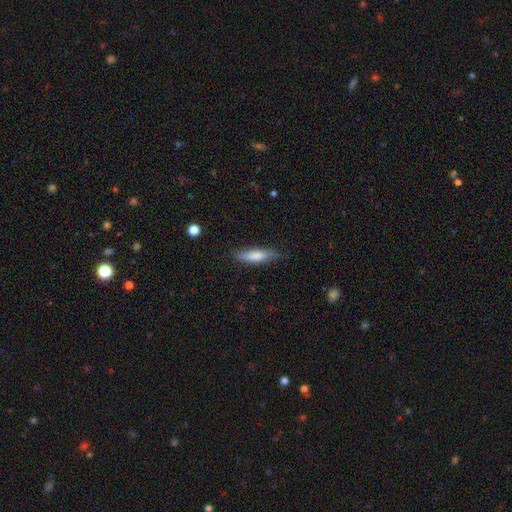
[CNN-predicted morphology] A smooth galaxy with no disk features (71%) that is cigar-shaped (76%).

Vote fractions:
- Smooth or featured? smooth: 71% / featured or disk: 23% / star or artifact: 6%
- How rounded? cigar-shaped: 76% / in between: 23% / round: 2%
- Merging? none: 82% / minor disturbance: 14% / major disturbance: 3% / merger: 1%